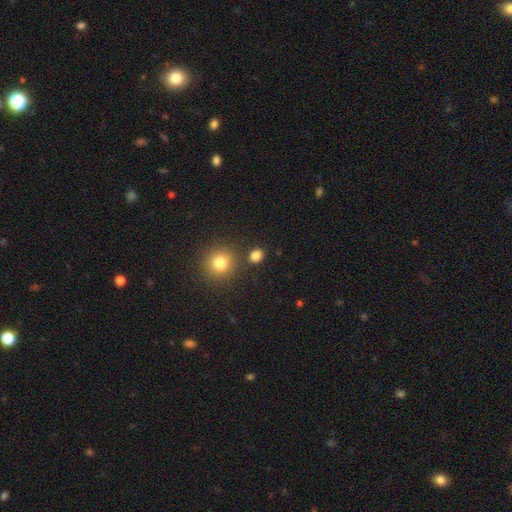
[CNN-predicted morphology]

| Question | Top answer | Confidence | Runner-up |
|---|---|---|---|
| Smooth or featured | smooth | 82% | star or artifact (14%) |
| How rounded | round | 64% | in between (35%) |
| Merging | none | 83% | minor disturbance (8%) |